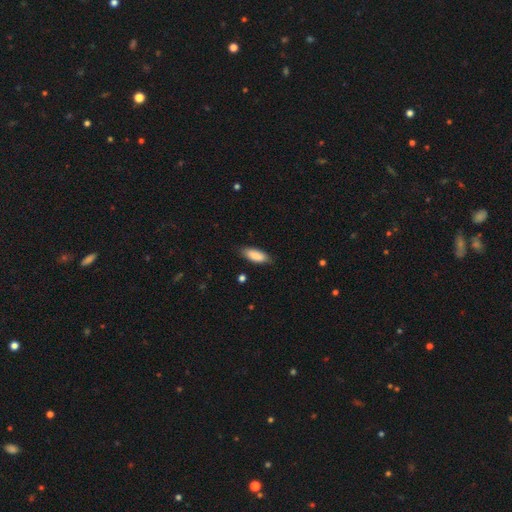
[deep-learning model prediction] Smooth or featured? smooth (87%)
How rounded? in between (75%)
Merging? none (80%)